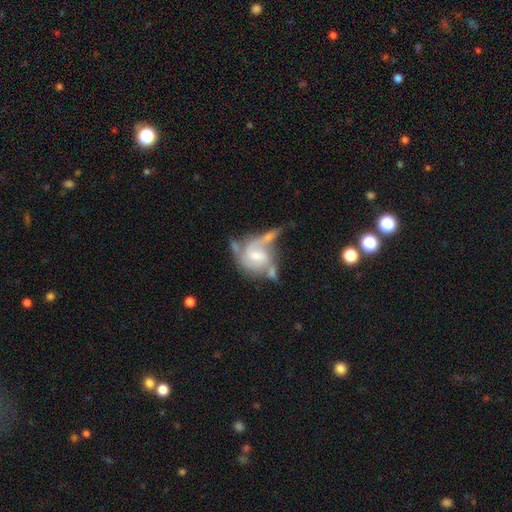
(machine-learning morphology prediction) Overall: featured or disk (70%). Edge-on disk: no (97%). Bar: no (48%; weak 43%). Spiral arms: yes (83%). Spiral arm count: 2 (45%; can't tell 23%). Spiral winding: medium (43%; tight 31%). Bulge size: small (50%; moderate 41%). Merging: merger (35%; none 26%).